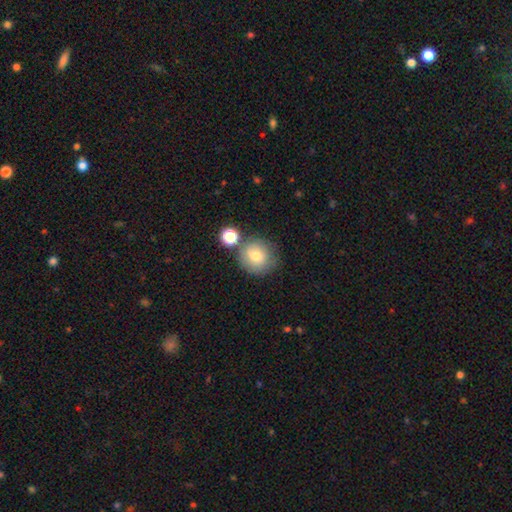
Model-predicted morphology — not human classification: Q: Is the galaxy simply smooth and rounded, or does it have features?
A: smooth — 76%.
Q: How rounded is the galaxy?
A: round — 91%.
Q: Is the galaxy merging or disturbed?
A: none — 68%.